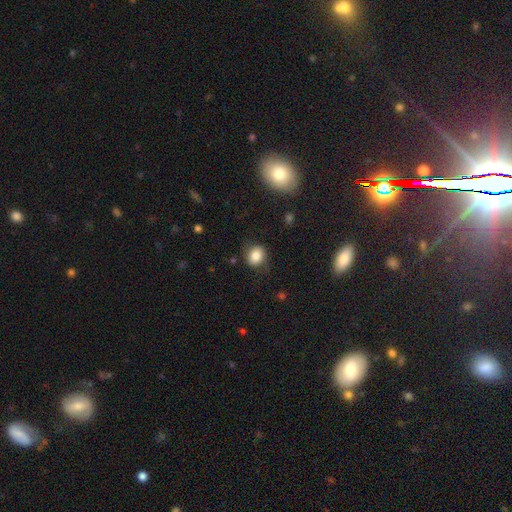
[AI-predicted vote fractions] This appears to be a smooth galaxy with no disk features (78%) that is round (60%). Merging: none (73%).